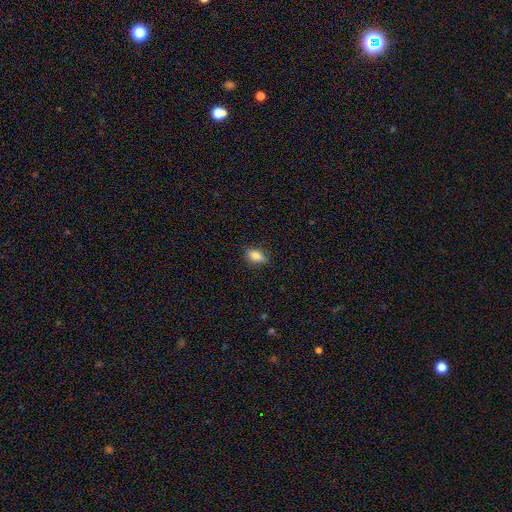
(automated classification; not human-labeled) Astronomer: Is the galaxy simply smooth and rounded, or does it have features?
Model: smooth — 73%.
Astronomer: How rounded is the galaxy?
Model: in between — 79%.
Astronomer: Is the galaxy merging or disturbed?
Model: none — 76%.